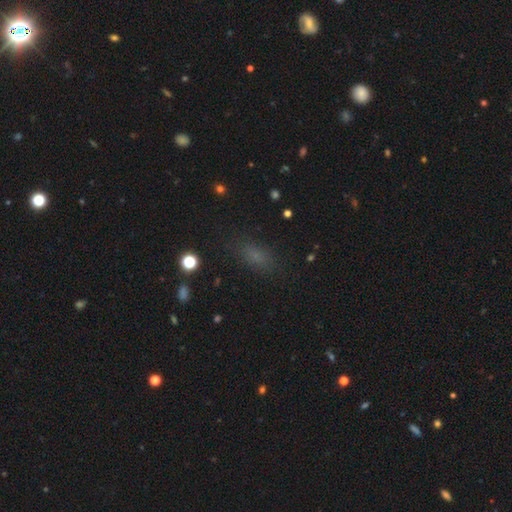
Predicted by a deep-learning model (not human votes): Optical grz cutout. It shows a smooth galaxy with no disk features (71%) that is in between round and cigar-shaped (77%). Merging: none (80%).